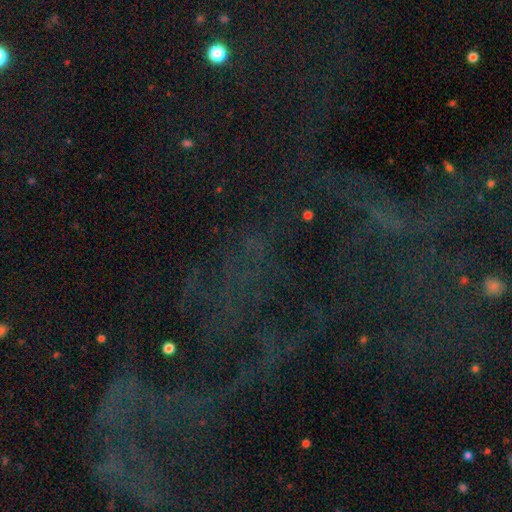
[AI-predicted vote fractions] Smooth or featured: star or artifact — 74% (featured or disk — 14%)